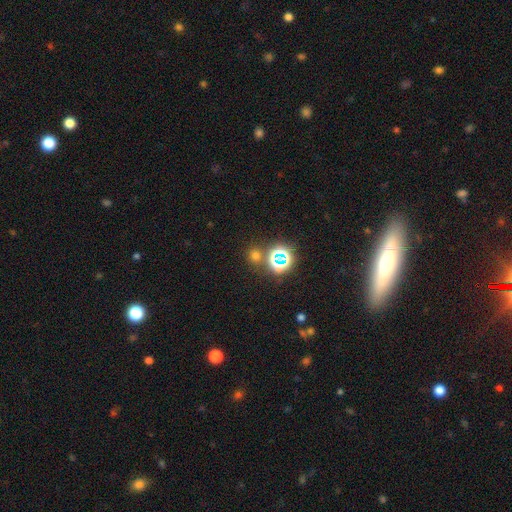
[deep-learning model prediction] This is possibly a smooth galaxy (55%). How rounded: clearly round (88%). Merging: likely none (77%).